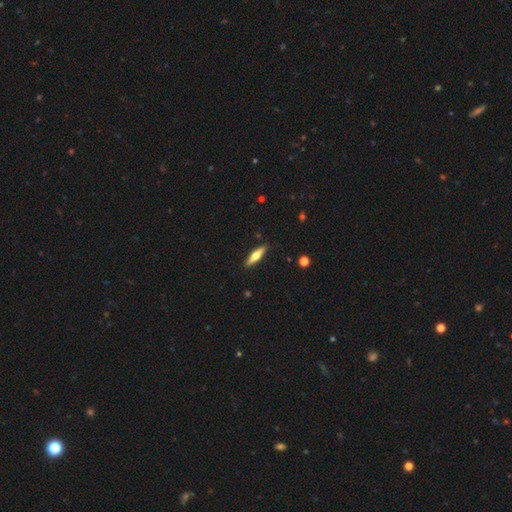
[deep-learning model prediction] A featured or disk galaxy (51%) viewed edge-on (94%). Merging: none (90%).